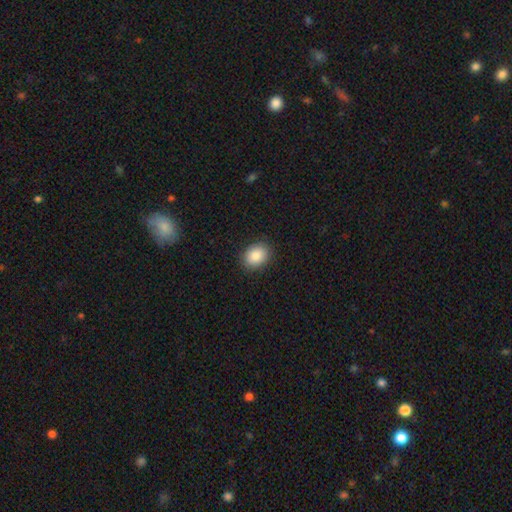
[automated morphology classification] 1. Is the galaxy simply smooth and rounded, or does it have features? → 87% smooth, 8% star or artifact, 5% featured or disk.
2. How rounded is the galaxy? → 56% in between, 43% round, 1% cigar-shaped.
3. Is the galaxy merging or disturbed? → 89% none, 8% minor disturbance, 2% major disturbance, 1% merger.